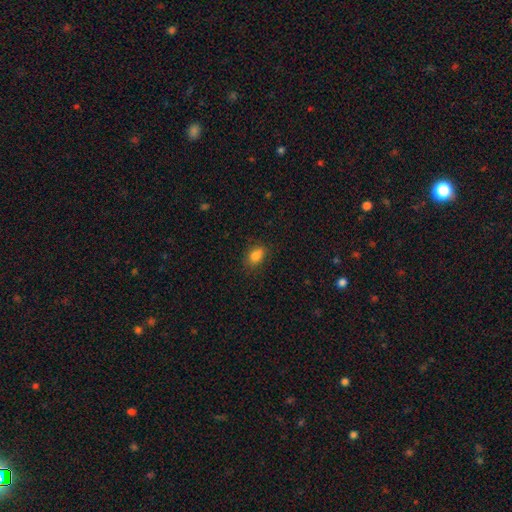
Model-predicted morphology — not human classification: Overall: smooth (84%). How rounded: in between (78%). Merging: none (80%).